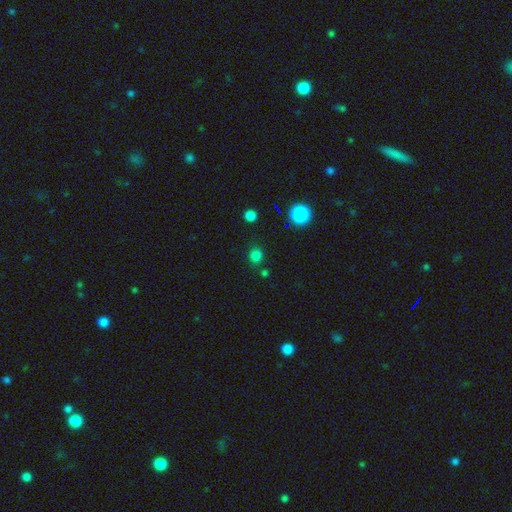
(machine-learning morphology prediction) Smooth or featured?
  - smooth: 76% *
  - star or artifact: 20%
  - featured or disk: 4%
How rounded?
  - round: 85% *
  - in between: 14%
  - cigar-shaped: 1%
Merging?
  - none: 82% *
  - minor disturbance: 9%
  - merger: 5%
  - major disturbance: 3%